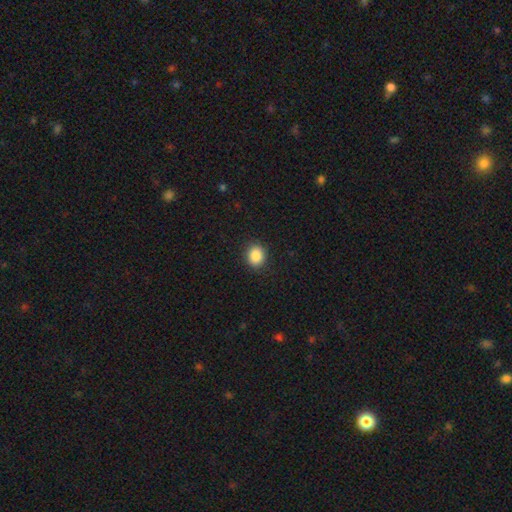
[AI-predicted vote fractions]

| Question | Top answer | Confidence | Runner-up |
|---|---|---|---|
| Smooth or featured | smooth | 87% | star or artifact (9%) |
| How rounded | round | 64% | in between (35%) |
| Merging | none | 89% | minor disturbance (8%) |